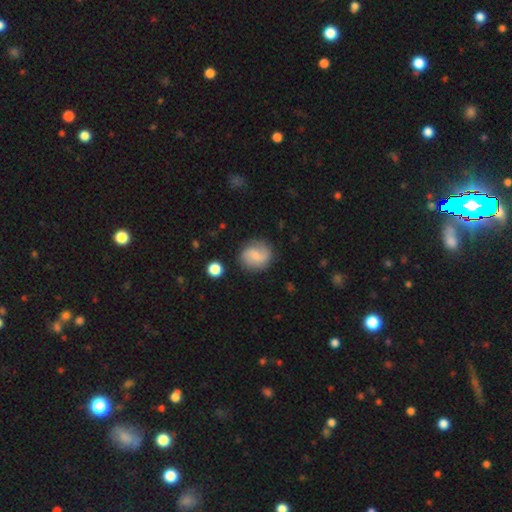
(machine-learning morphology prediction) Q: Smooth or featured?
A: featured or disk (53%); runner-up: smooth (39%)
Q: Edge-on disk?
A: no (97%); runner-up: yes (3%)
Q: Bar?
A: weak (48%); runner-up: no (40%)
Q: Spiral arms?
A: yes (91%); runner-up: no (9%)
Q: Bulge size?
A: small (50%); runner-up: moderate (26%)
Q: Merging?
A: none (81%); runner-up: minor disturbance (13%)